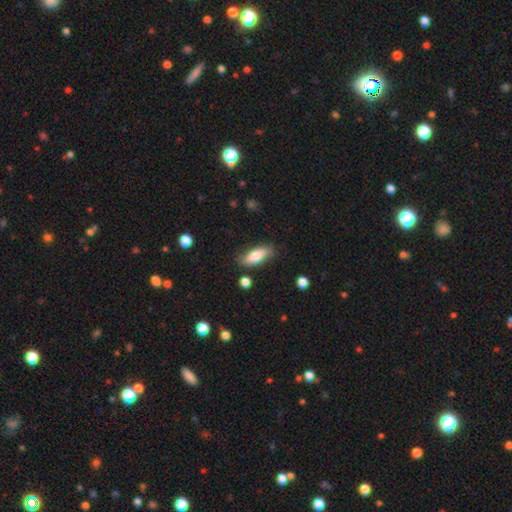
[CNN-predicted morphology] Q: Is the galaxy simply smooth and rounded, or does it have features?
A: smooth — 73%.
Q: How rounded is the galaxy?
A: in between — 71%.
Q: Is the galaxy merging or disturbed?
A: none — 80%.